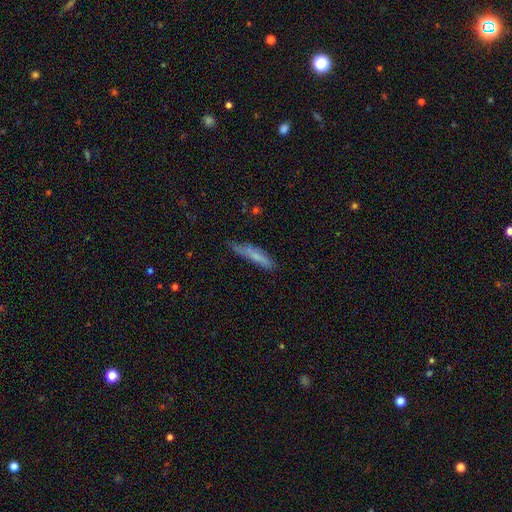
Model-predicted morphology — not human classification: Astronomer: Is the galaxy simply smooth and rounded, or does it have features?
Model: smooth — 67%.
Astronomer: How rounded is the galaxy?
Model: cigar-shaped — 85%.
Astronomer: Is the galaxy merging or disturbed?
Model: none — 62%.